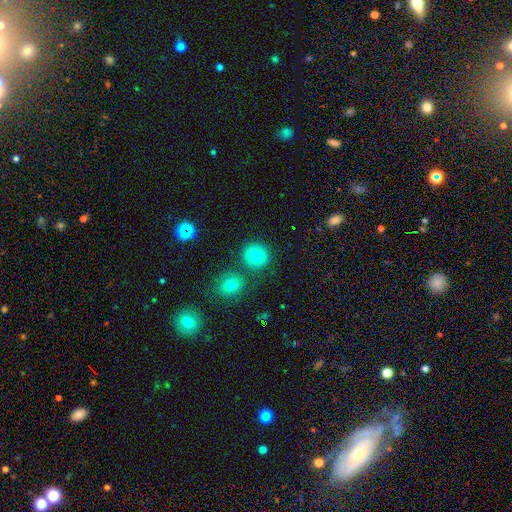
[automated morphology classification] Smooth or featured: smooth — 79% (star or artifact — 14%)
How rounded: round — 91% (in between — 8%)
Merging: none — 80% (merger — 9%)